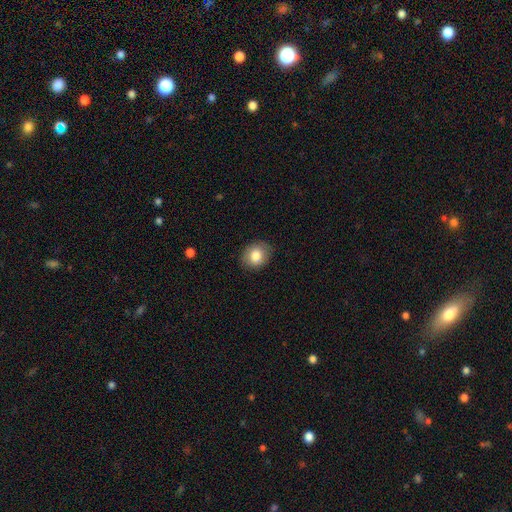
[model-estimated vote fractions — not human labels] smooth_or_featured: smooth (p=0.82) [alt: featured or disk p=0.10]
how_rounded: round (p=0.60) [alt: in between p=0.40]
merging: none (p=0.84) [alt: minor disturbance p=0.12]